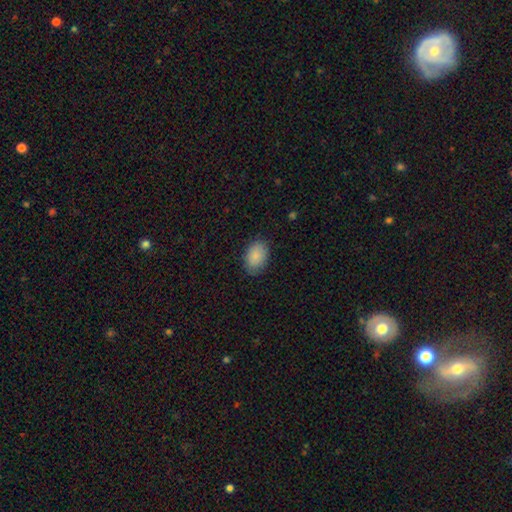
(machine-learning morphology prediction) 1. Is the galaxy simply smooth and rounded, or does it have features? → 88% smooth, 7% star or artifact, 5% featured or disk.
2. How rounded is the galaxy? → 87% in between, 12% round, 1% cigar-shaped.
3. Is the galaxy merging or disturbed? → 83% none, 13% minor disturbance, 3% major disturbance, 1% merger.